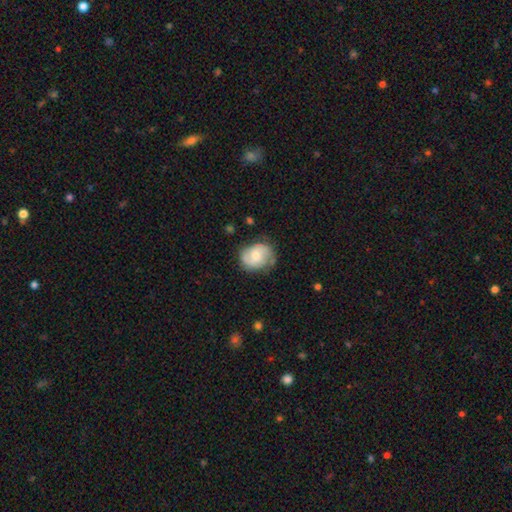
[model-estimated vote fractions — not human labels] This appears to be a featured or disk galaxy (55%) with no bar (60%), spiral arms (88%) and a moderate central bulge (50%). Merging: none (69%).